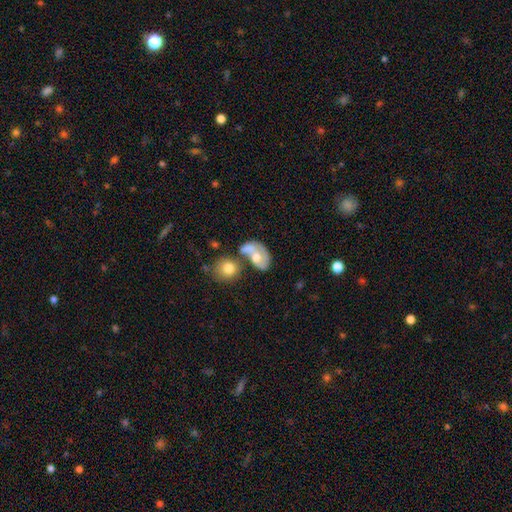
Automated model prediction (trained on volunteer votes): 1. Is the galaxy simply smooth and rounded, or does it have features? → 48% featured or disk, 45% smooth, 7% star or artifact.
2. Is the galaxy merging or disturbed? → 53% merger, 20% none, 13% major disturbance, 13% minor disturbance.